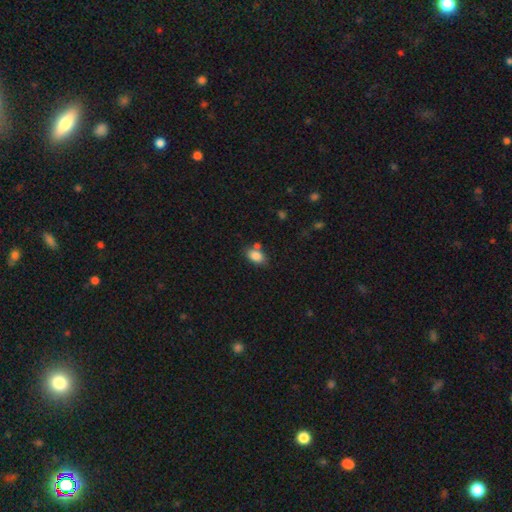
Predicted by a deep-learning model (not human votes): Smooth or featured?
  - smooth: 85% *
  - star or artifact: 9%
  - featured or disk: 6%
How rounded?
  - in between: 84% *
  - round: 14%
  - cigar-shaped: 2%
Merging?
  - none: 63% *
  - merger: 16%
  - minor disturbance: 16%
  - major disturbance: 4%